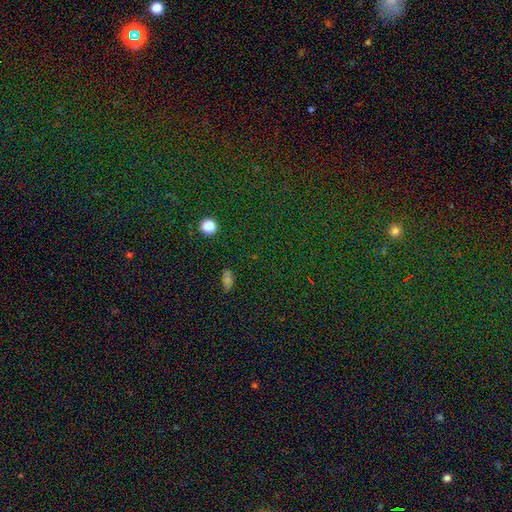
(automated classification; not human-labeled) Smooth or featured: star or artifact — 78% (smooth — 14%)